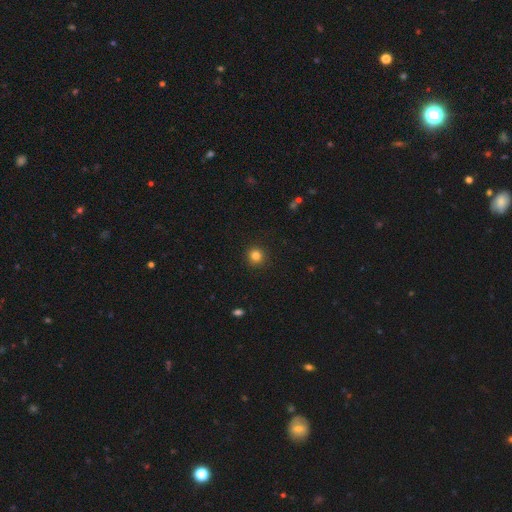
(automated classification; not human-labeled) Smooth or featured? Predicted: smooth (p=0.82). How rounded? Predicted: round (p=0.93). Merging? Predicted: none (p=0.92).